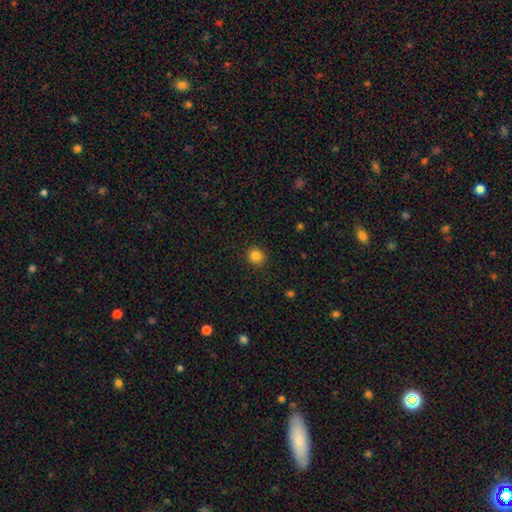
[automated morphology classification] smooth_or_featured: smooth (p=0.85) [alt: star or artifact p=0.11]
how_rounded: round (p=0.90) [alt: in between p=0.09]
merging: none (p=0.92) [alt: minor disturbance p=0.05]